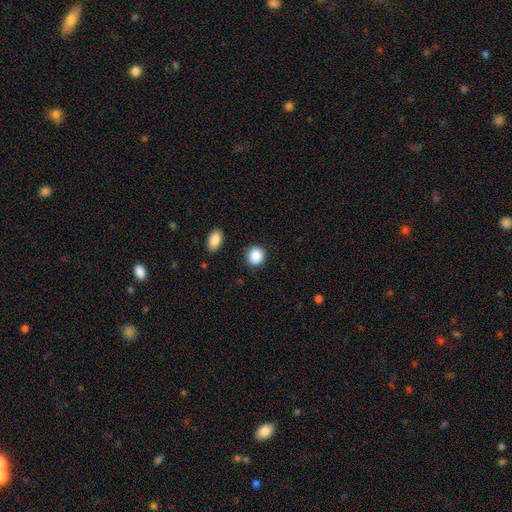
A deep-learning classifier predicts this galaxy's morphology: A smooth galaxy with no disk features (89%) that is round (84%). Merging: none (88%).